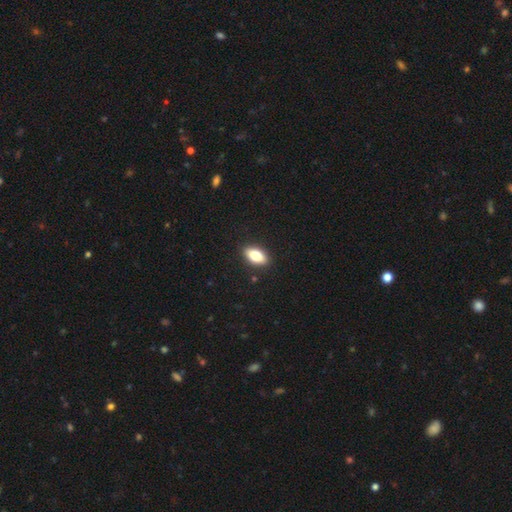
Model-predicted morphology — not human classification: This is clearly a smooth galaxy (80%). How rounded: clearly in between (90%). Merging: clearly none (90%).